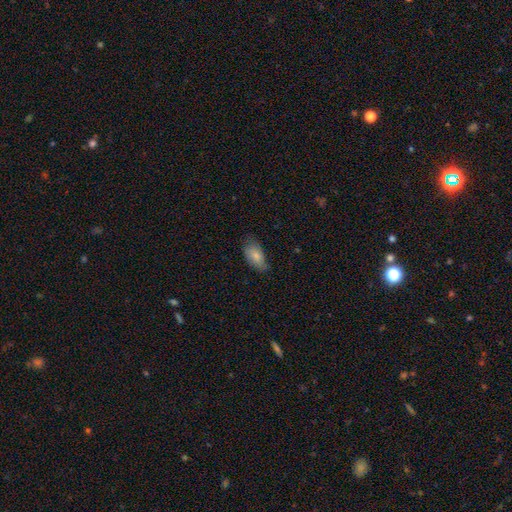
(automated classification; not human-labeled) Smooth or featured? smooth (81%)
How rounded? in between (92%)
Merging? none (66%)